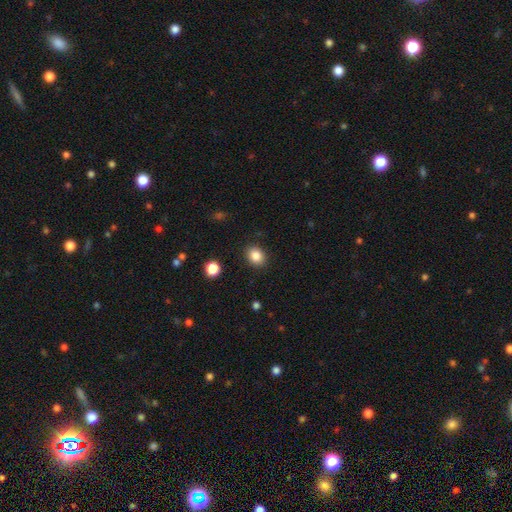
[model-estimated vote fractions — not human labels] Smooth or featured: smooth — 86% (star or artifact — 10%)
How rounded: round — 51% (in between — 48%)
Merging: none — 89% (minor disturbance — 7%)